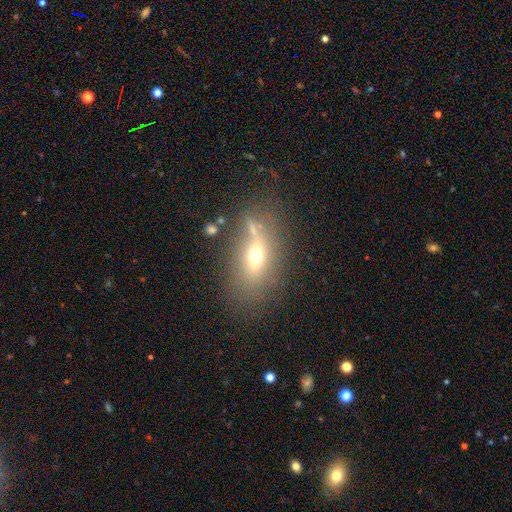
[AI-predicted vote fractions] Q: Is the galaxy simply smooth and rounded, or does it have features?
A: smooth — 51%.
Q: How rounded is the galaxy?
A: in between — 72%.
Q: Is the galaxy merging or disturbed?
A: none — 64%.